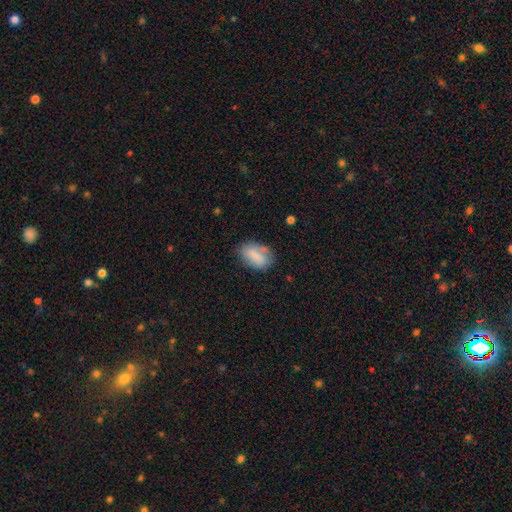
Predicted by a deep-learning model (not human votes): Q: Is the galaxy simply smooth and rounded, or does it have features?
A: smooth — 79%.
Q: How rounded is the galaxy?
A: in between — 89%.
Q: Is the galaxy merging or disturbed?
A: none — 64%.